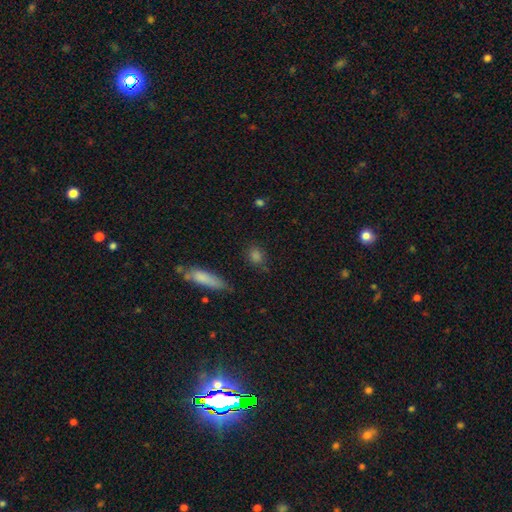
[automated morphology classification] smooth-or-featured: smooth: 78% | star or artifact: 15% | featured or disk: 8%
  how-rounded: in between: 45% | round: 41% | cigar-shaped: 13%
  merging: none: 77% | minor disturbance: 15% | major disturbance: 4% | merger: 4%